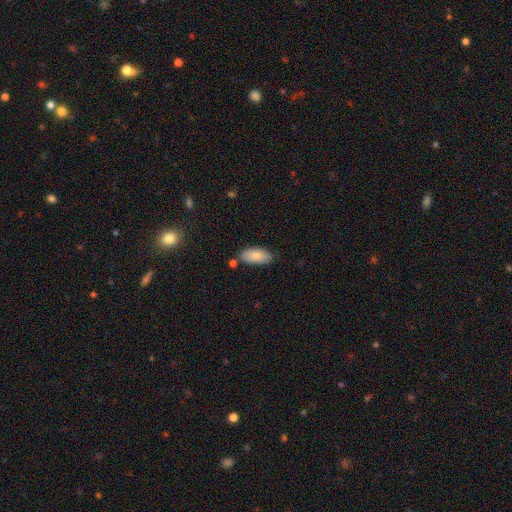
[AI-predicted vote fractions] A smooth galaxy with no disk features (82%) that is in between round and cigar-shaped (91%).

Vote fractions:
- Smooth or featured? smooth: 82% / featured or disk: 11% / star or artifact: 7%
- How rounded? in between: 91% / cigar-shaped: 7% / round: 2%
- Merging? none: 74% / minor disturbance: 17% / merger: 6% / major disturbance: 3%